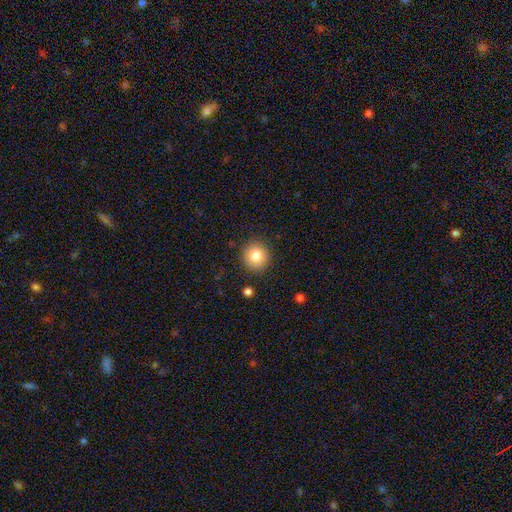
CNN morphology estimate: The model was most divided on "smooth or featured": smooth: 80%, star or artifact: 10%, featured or disk: 9%. More confident: how rounded — round (93%); merging — none (89%).